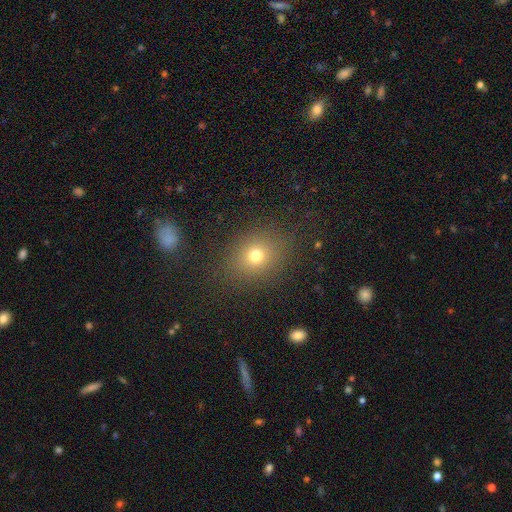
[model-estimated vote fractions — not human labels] The model was most divided on "how rounded": round: 61%, in between: 38%, cigar-shaped: 1%. More confident: merging — none (84%); smooth or featured — smooth (73%).